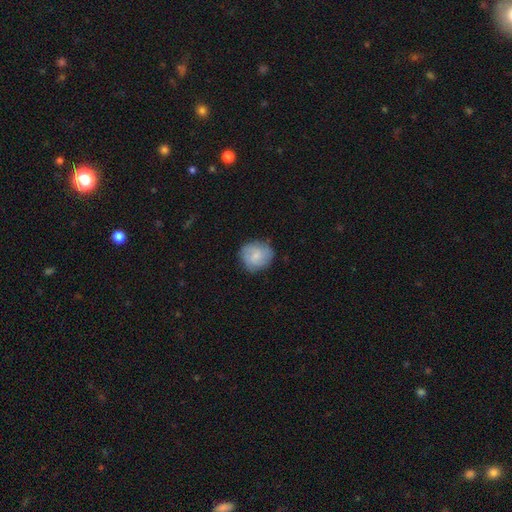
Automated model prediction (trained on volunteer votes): Smooth or featured: smooth — 64% (featured or disk — 28%)
How rounded: round — 84% (in between — 15%)
Merging: none — 76% (minor disturbance — 18%)